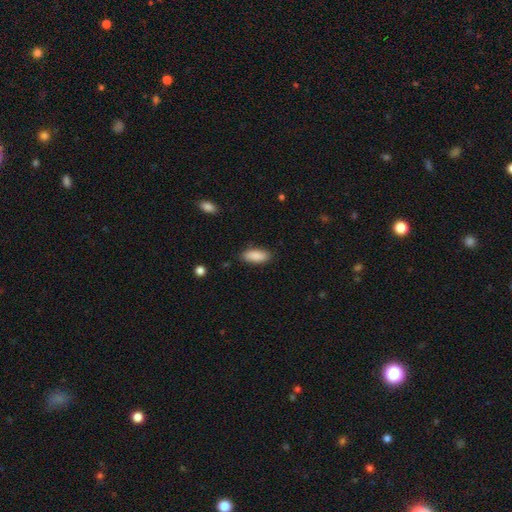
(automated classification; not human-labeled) A smooth galaxy with no disk features (89%) that is in between round and cigar-shaped (81%).

Vote fractions:
- Smooth or featured? smooth: 89% / star or artifact: 6% / featured or disk: 5%
- How rounded? in between: 81% / cigar-shaped: 17% / round: 2%
- Merging? none: 86% / minor disturbance: 10% / major disturbance: 2% / merger: 1%